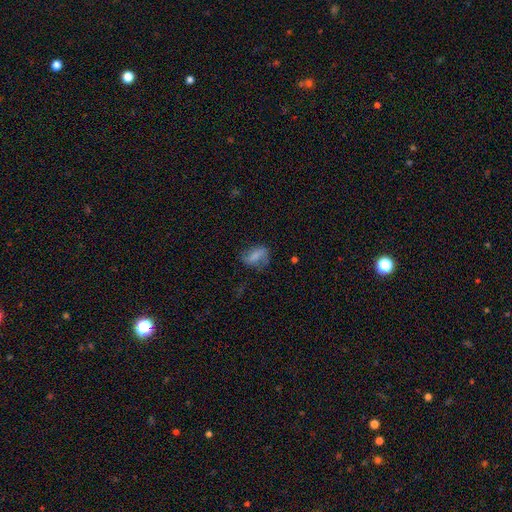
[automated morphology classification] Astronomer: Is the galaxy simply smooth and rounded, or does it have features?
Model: smooth — 53% (runner-up: featured or disk, 38%).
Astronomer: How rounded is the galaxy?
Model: in between — 77%.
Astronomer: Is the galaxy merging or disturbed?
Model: none — 63%.